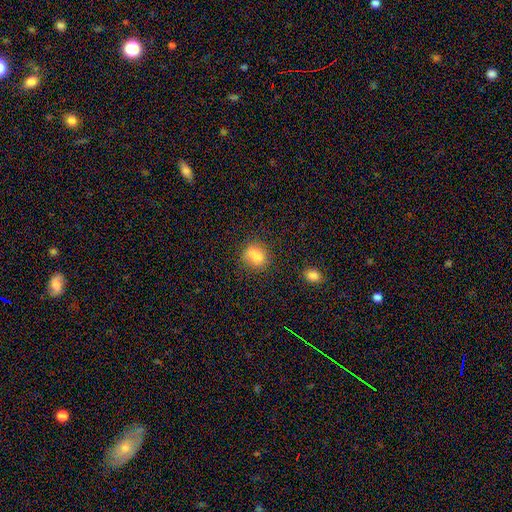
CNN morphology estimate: Smooth or featured: smooth — 76% (featured or disk — 12%)
How rounded: round — 56% (in between — 41%)
Merging: none — 52% (merger — 24%)